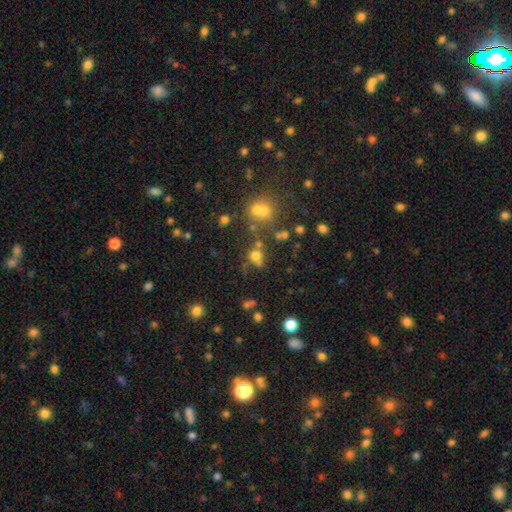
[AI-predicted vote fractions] smooth_or_featured: smooth (p=0.65) [alt: star or artifact p=0.22]
how_rounded: round (p=0.81) [alt: in between p=0.18]
merging: none (p=0.53) [alt: merger p=0.27]